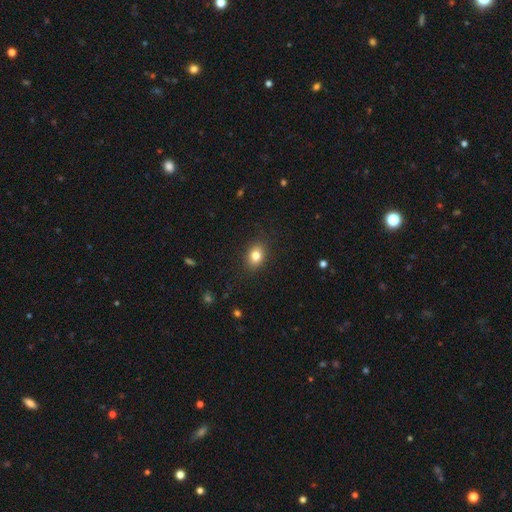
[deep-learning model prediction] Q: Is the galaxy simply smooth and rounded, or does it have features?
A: smooth — 81%.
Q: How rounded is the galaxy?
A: in between — 64%.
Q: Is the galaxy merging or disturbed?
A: none — 87%.